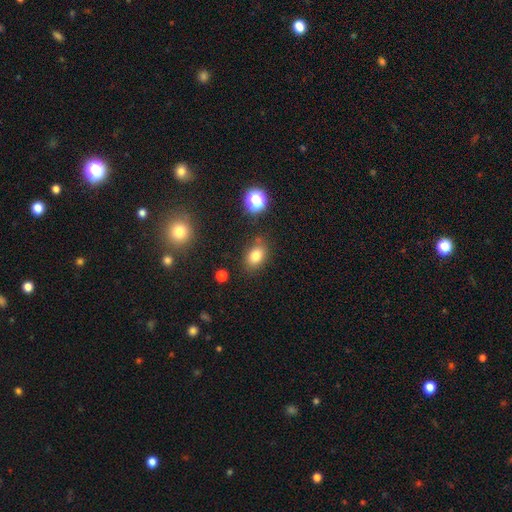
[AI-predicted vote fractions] This is likely a smooth galaxy (79%). How rounded: likely in between (72%). Merging: likely none (78%).